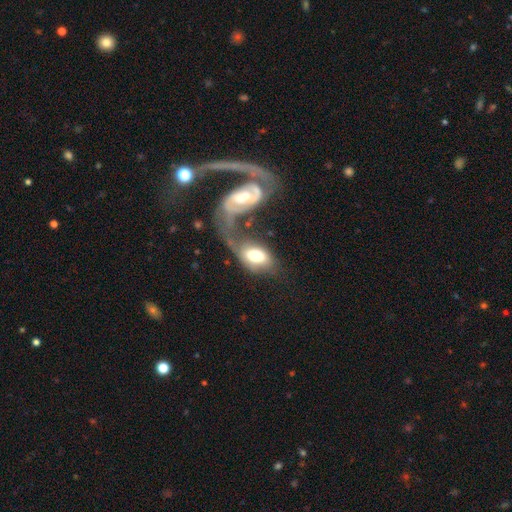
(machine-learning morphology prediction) This is likely a smooth galaxy (64%). How rounded: clearly in between (89%). Merging: possibly merger (50%).